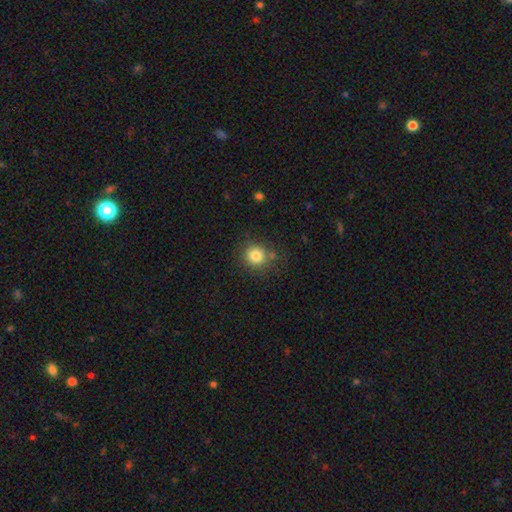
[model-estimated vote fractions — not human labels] Overall: smooth (82%). How rounded: round (86%). Merging: none (78%).